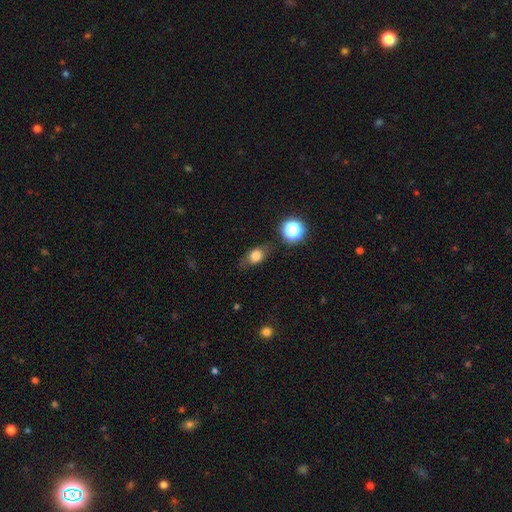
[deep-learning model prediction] Smooth or featured? smooth (75%)
How rounded? in between (67%)
Merging? none (72%)